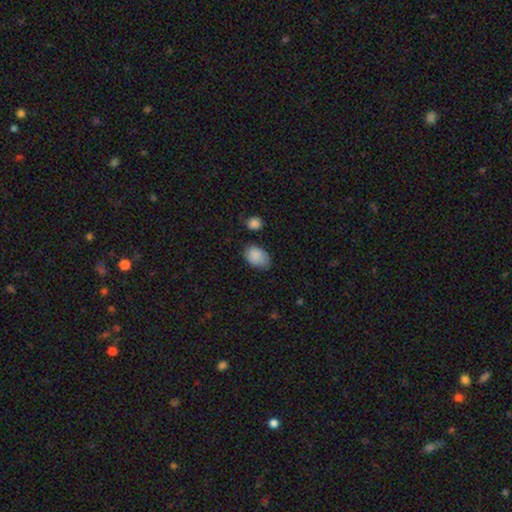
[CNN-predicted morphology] smooth_or_featured: smooth (p=0.87) [alt: star or artifact p=0.07]
how_rounded: in between (p=0.87) [alt: round p=0.12]
merging: none (p=0.62) [alt: minor disturbance p=0.29]